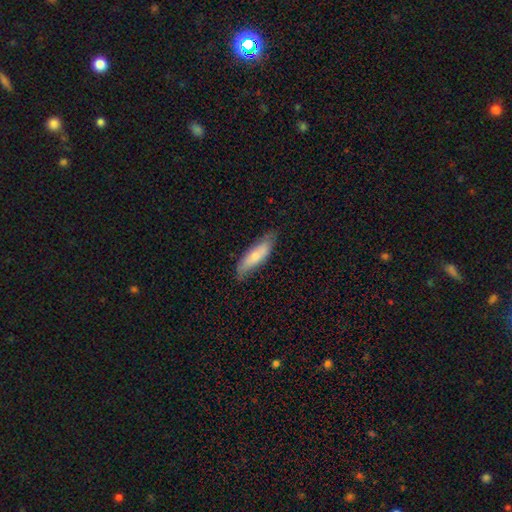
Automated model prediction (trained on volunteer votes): smooth 65%, featured or disk 29%, star or artifact 6%. Down the decision tree: how rounded — cigar-shaped (53%); merging — none (72%).